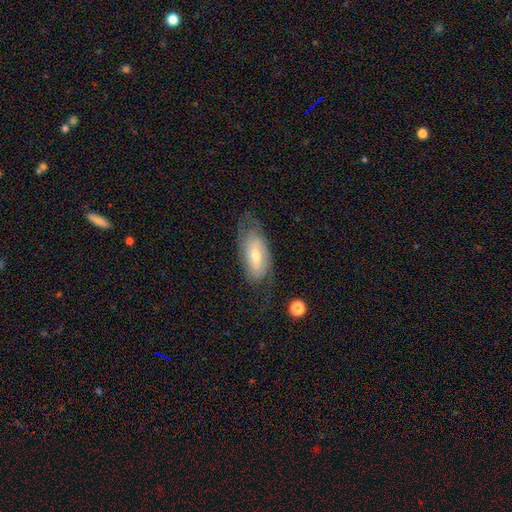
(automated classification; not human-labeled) Smooth or featured? featured or disk (63%)
Edge-on disk? no (89%)
Bar? weak (45%)
Spiral arms? yes (84%)
Bulge size? moderate (54%)
Merging? none (62%)